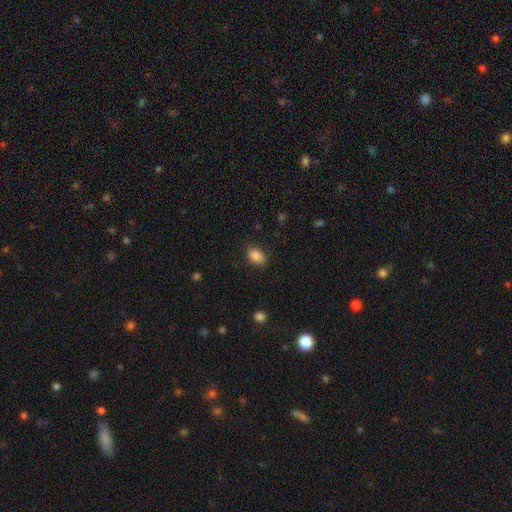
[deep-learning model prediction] Q: Smooth or featured?
A: smooth (87%); runner-up: star or artifact (9%)
Q: How rounded?
A: in between (81%); runner-up: round (17%)
Q: Merging?
A: none (82%); runner-up: minor disturbance (13%)